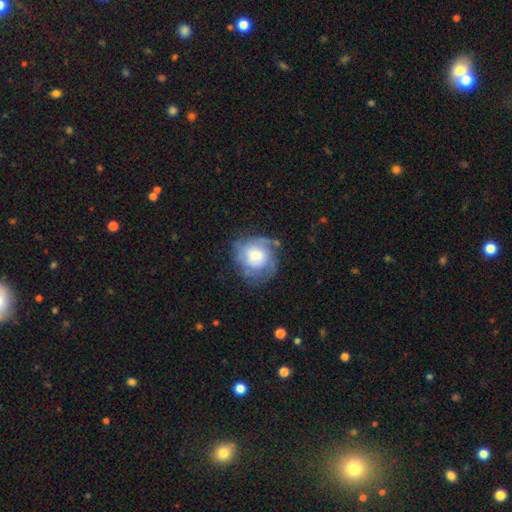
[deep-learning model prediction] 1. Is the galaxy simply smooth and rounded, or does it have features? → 51% featured or disk, 41% smooth, 8% star or artifact.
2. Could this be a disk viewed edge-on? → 97% no, 3% yes.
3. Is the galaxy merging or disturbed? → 56% none, 26% minor disturbance, 16% major disturbance, 3% merger.